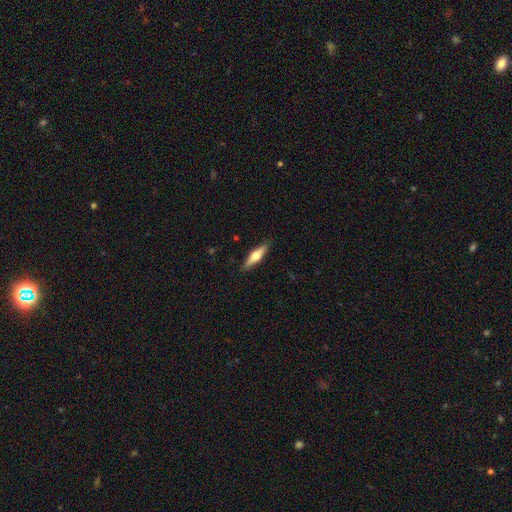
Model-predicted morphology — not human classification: A featured or disk galaxy (52%) viewed edge-on (95%). Merging: none (89%).